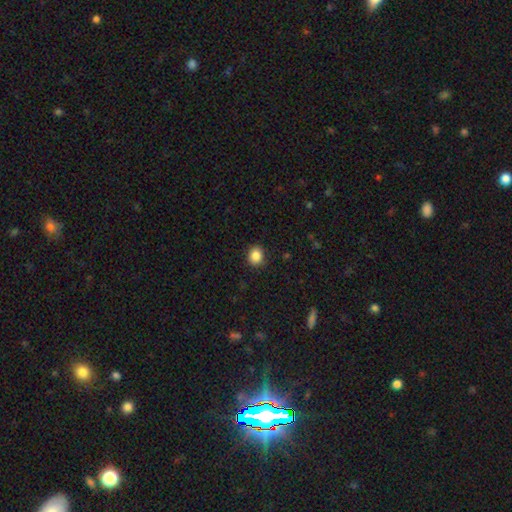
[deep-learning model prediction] Smooth or featured?
  - smooth: 86% *
  - star or artifact: 10%
  - featured or disk: 4%
How rounded?
  - round: 76% *
  - in between: 23%
  - cigar-shaped: 1%
Merging?
  - none: 90% *
  - minor disturbance: 7%
  - major disturbance: 2%
  - merger: 1%